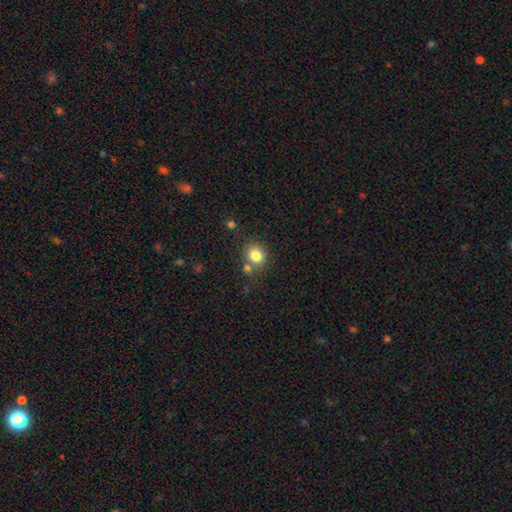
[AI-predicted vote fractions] A smooth galaxy with no disk features (81%) that is round (77%).

Vote fractions:
- Smooth or featured? smooth: 81% / star or artifact: 11% / featured or disk: 8%
- How rounded? round: 77% / in between: 22% / cigar-shaped: 1%
- Merging? none: 67% / merger: 17% / minor disturbance: 12% / major disturbance: 4%